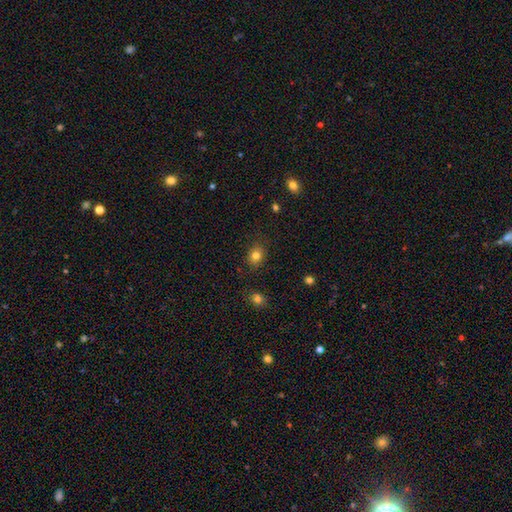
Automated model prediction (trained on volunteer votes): Smooth or featured? Predicted: smooth (p=0.81). How rounded? Predicted: round (p=0.55). Merging? Predicted: none (p=0.85).